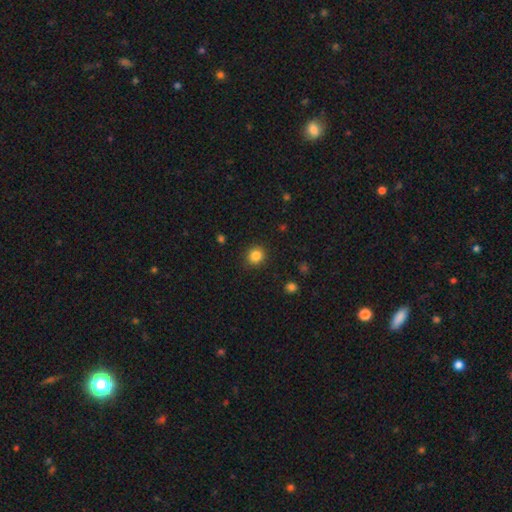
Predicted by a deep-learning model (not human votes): A smooth galaxy with no disk features (84%) that is round (87%).

Vote fractions:
- Smooth or featured? smooth: 84% / star or artifact: 11% / featured or disk: 4%
- How rounded? round: 87% / in between: 13% / cigar-shaped: 1%
- Merging? none: 90% / minor disturbance: 6% / major disturbance: 2% / merger: 1%